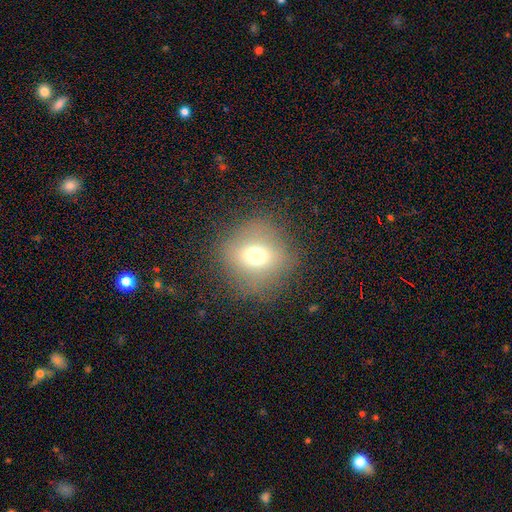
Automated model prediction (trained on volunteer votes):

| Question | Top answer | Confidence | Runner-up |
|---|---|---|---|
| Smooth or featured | smooth | 69% | featured or disk (16%) |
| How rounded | round | 84% | in between (15%) |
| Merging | none | 79% | minor disturbance (13%) |